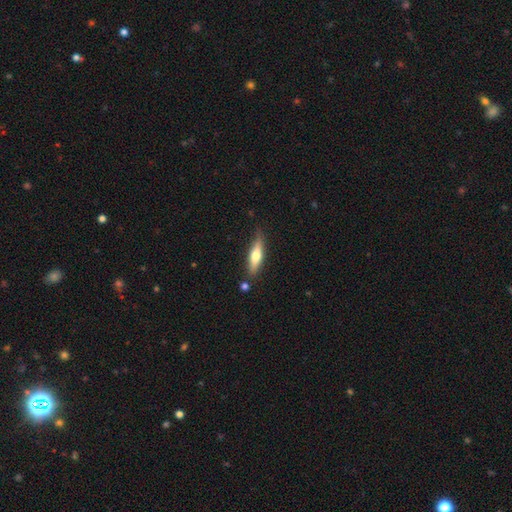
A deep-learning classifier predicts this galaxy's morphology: Smooth or featured?
  - smooth: 53% *
  - featured or disk: 41%
  - star or artifact: 6%
How rounded?
  - cigar-shaped: 71% *
  - in between: 27%
  - round: 2%
Merging?
  - none: 79% *
  - minor disturbance: 14%
  - merger: 5%
  - major disturbance: 3%